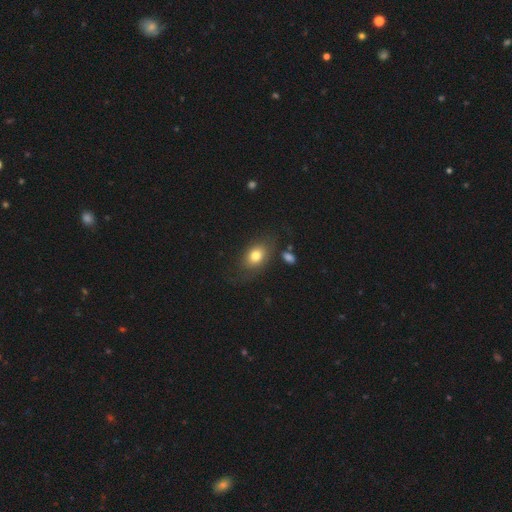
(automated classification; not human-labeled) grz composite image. It shows a smooth galaxy with no disk features (77%) that is in between round and cigar-shaped (73%). Merging: none (69%).